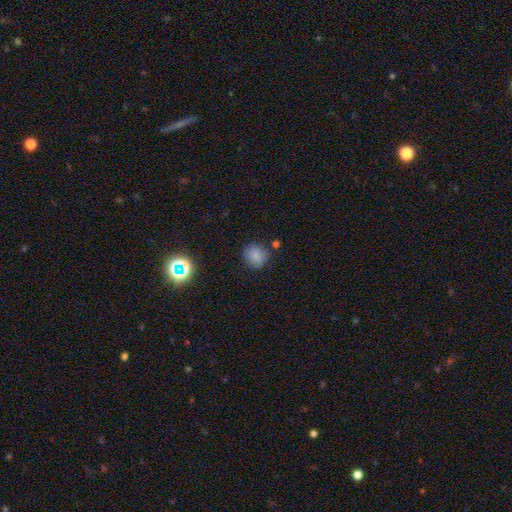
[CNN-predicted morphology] Smooth or featured?
  - smooth: 81% *
  - star or artifact: 13%
  - featured or disk: 6%
How rounded?
  - round: 87% *
  - in between: 12%
  - cigar-shaped: 1%
Merging?
  - none: 82% *
  - minor disturbance: 11%
  - merger: 4%
  - major disturbance: 3%